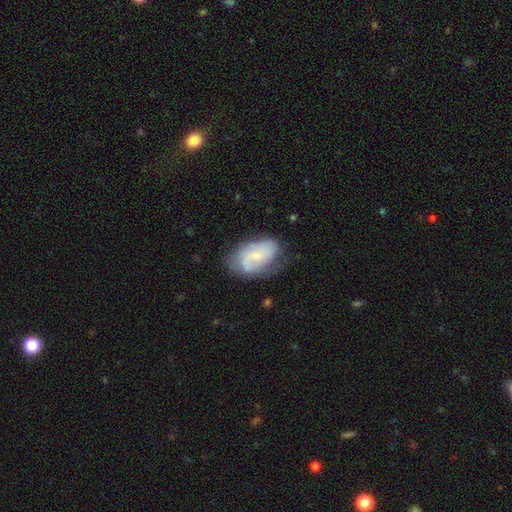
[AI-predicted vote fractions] A featured or disk galaxy (60%) with no bar (47%), 2 (64%) medium (41%) spiral arms (86%) and a small central bulge (62%).

Vote fractions:
- Smooth or featured? featured or disk: 60% / smooth: 33% / star or artifact: 7%
- Edge-on disk? no: 97% / yes: 3%
- Bar? no: 47% / weak: 42% / strong: 10%
- Spiral arms? yes: 86% / no: 14%
- Spiral winding? medium: 41% / loose: 35% / tight: 25%
- Spiral arm count? 2: 64% / can't tell: 19% / 1: 9% / 3: 4% / 4: 2% / more than 4: 1%
- Bulge size? small: 62% / moderate: 22% / none: 12% / large: 2% / dominant: 1%
- Merging? none: 60% / minor disturbance: 27% / major disturbance: 11% / merger: 2%